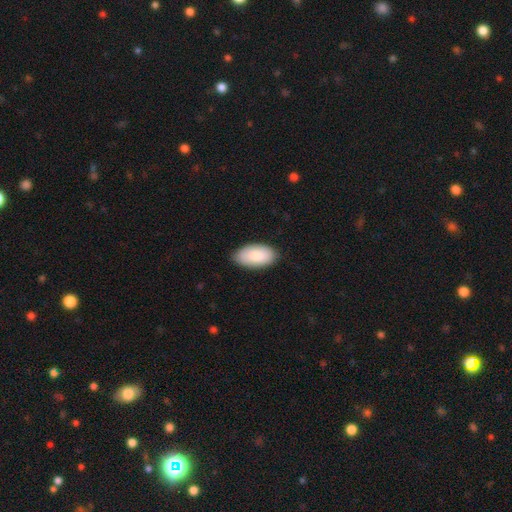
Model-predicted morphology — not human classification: Smooth or featured?
  - smooth: 84% *
  - featured or disk: 10%
  - star or artifact: 6%
How rounded?
  - in between: 96% *
  - round: 2%
  - cigar-shaped: 2%
Merging?
  - none: 83% *
  - minor disturbance: 13%
  - major disturbance: 2%
  - merger: 1%